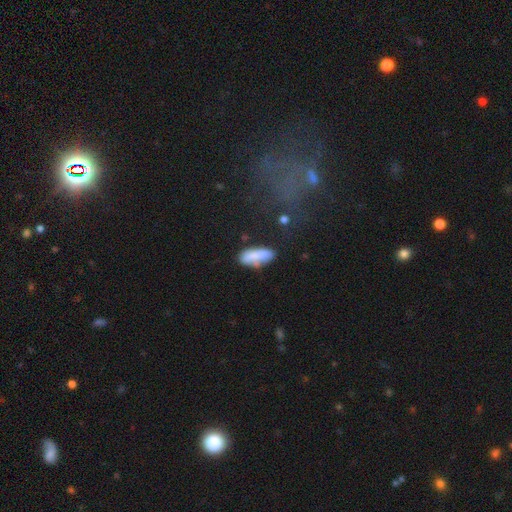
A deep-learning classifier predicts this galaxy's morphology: type=smooth (75%); roundness=in between (68%); merging=none (57%).